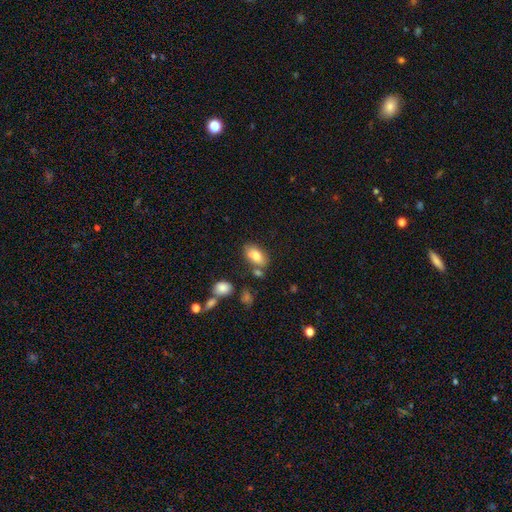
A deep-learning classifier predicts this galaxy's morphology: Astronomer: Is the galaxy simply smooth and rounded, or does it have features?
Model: smooth — 80%.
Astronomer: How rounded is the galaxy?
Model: in between — 92%.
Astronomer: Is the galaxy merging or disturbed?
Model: none — 68%.